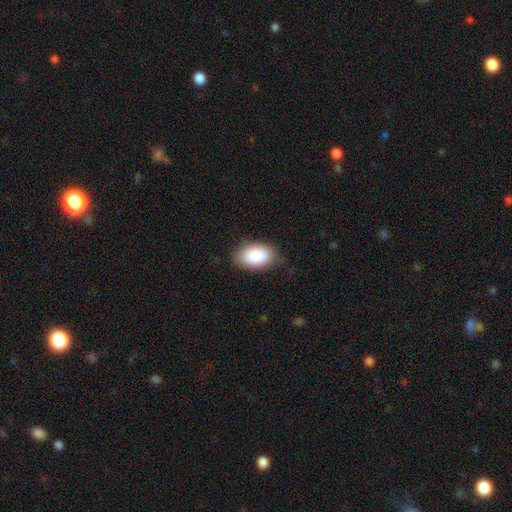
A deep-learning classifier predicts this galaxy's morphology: type=smooth (89%); roundness=in between (92%); merging=none (78%).